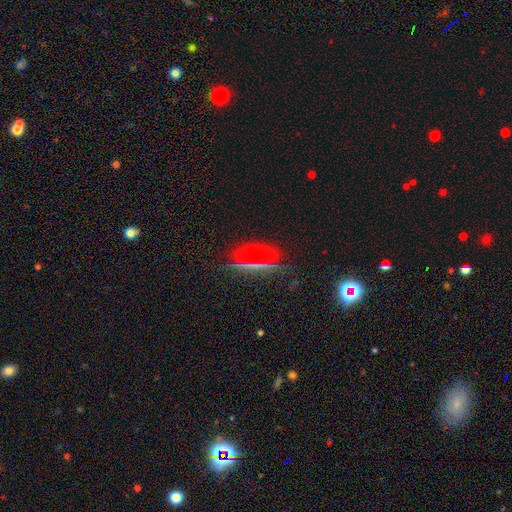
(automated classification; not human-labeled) Smooth or featured?
  - smooth: 56% *
  - star or artifact: 24%
  - featured or disk: 20%
How rounded?
  - in between: 66% *
  - cigar-shaped: 19%
  - round: 14%
Merging?
  - none: 80% *
  - minor disturbance: 12%
  - major disturbance: 4%
  - merger: 4%